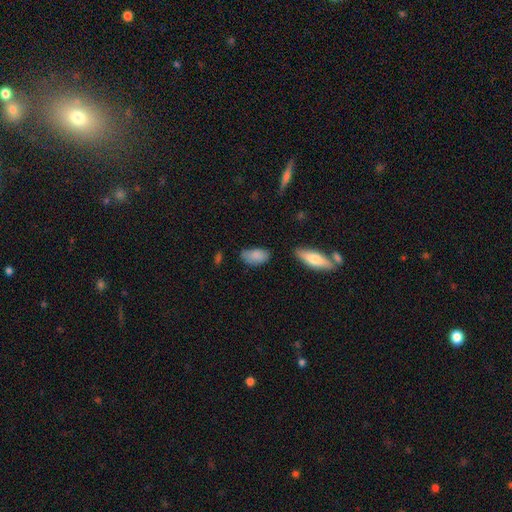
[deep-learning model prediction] Smooth or featured? smooth (84%)
How rounded? in between (93%)
Merging? none (64%)